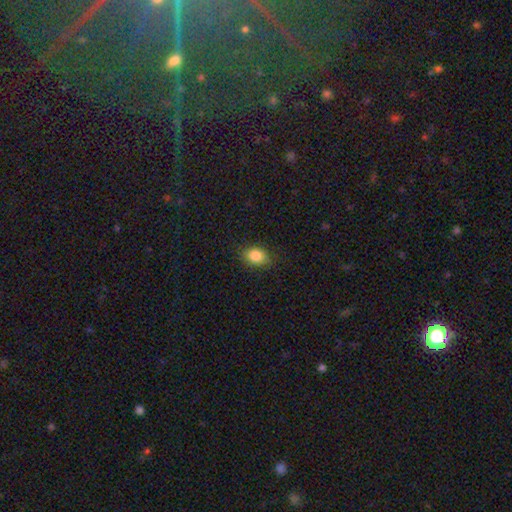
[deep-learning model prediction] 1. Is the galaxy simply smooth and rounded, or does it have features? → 85% smooth, 9% star or artifact, 6% featured or disk.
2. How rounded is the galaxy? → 68% in between, 31% round, 1% cigar-shaped.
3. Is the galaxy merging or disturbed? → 84% none, 12% minor disturbance, 3% major disturbance, 1% merger.